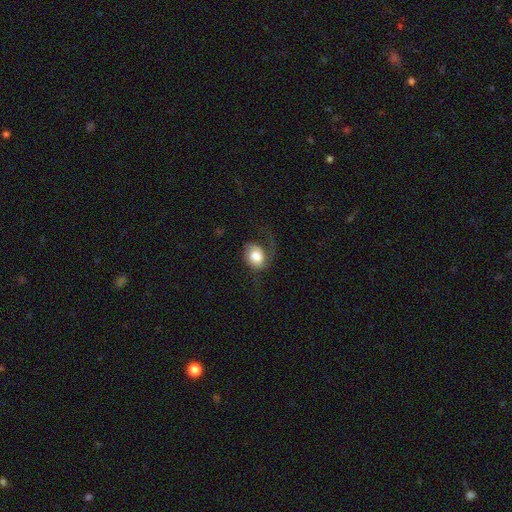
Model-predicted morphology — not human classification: smooth 58%, featured or disk 34%, star or artifact 8%. Down the decision tree: how rounded — round (50%); merging — none (38%, tied with major disturbance).